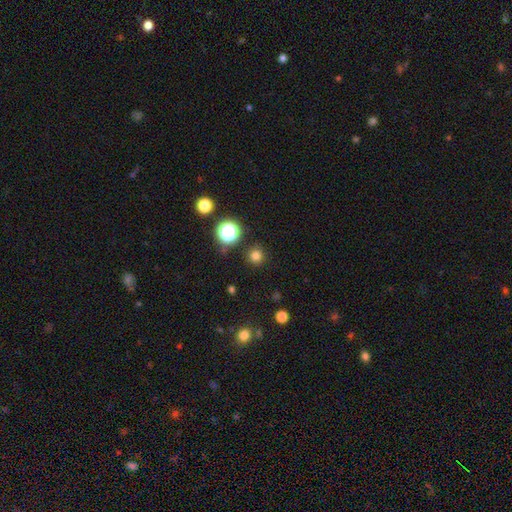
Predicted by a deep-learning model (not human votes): Smooth or featured: smooth — 77% (star or artifact — 18%)
How rounded: round — 95% (in between — 4%)
Merging: none — 90% (minor disturbance — 6%)